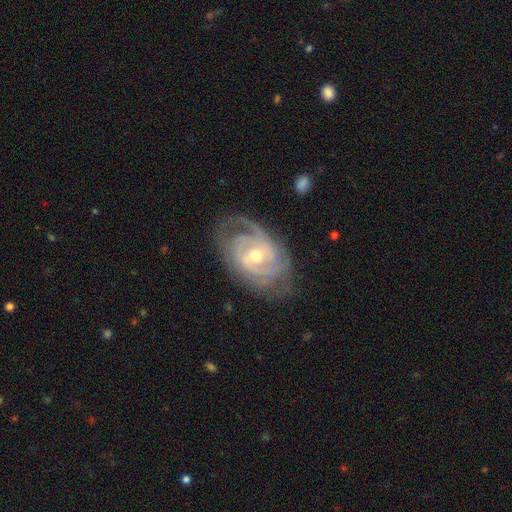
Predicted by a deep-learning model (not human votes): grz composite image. It shows a featured or disk galaxy (87%) with no bar (52%), tight (64%) spiral arms (93%) and a moderate central bulge (61%). Merging: none (67%).